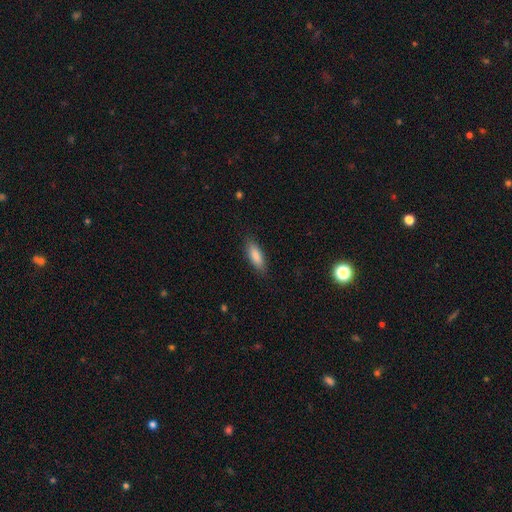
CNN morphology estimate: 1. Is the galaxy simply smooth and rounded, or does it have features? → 86% smooth, 8% featured or disk, 6% star or artifact.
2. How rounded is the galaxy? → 63% in between, 35% cigar-shaped, 2% round.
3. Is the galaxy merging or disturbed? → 85% none, 12% minor disturbance, 3% major disturbance, 1% merger.